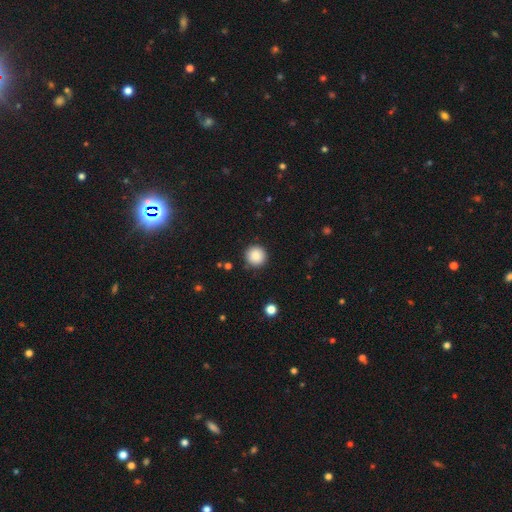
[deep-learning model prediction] The model was most divided on "smooth or featured": smooth: 88%, star or artifact: 9%, featured or disk: 3%. More confident: how rounded — round (95%); merging — none (90%).